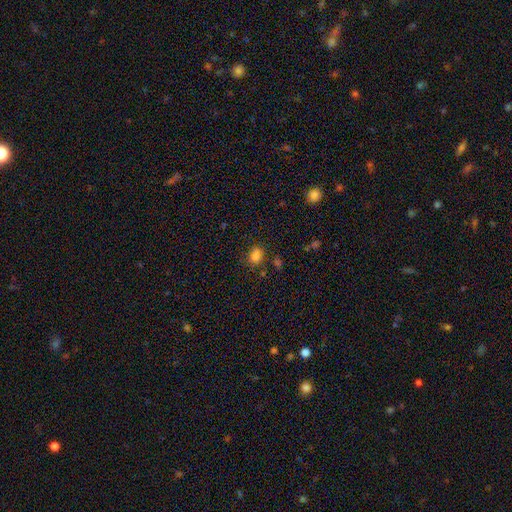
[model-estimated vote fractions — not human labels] smooth 77%, star or artifact 16%, featured or disk 6%. Down the decision tree: how rounded — in between (59%); merging — none (62%).